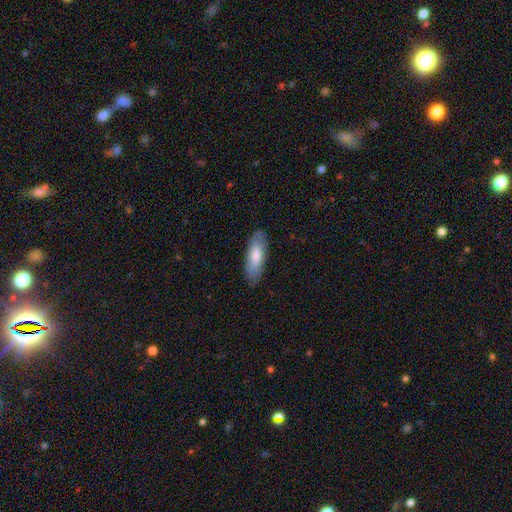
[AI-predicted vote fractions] smooth 71%, featured or disk 23%, star or artifact 6%. Down the decision tree: how rounded — in between (56%); merging — none (84%).